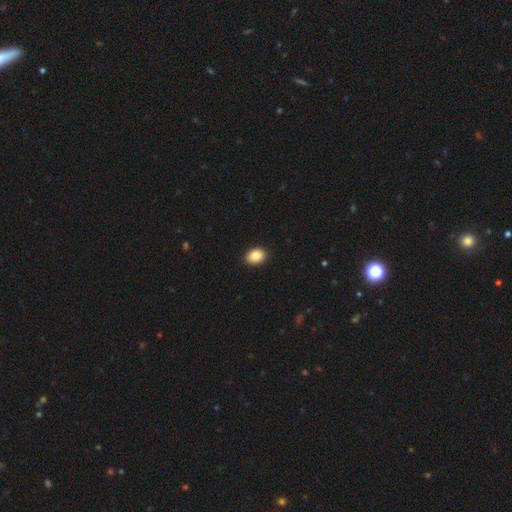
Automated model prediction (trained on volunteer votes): smooth 89%, star or artifact 8%, featured or disk 4%. Down the decision tree: how rounded — in between (70%); merging — none (90%).